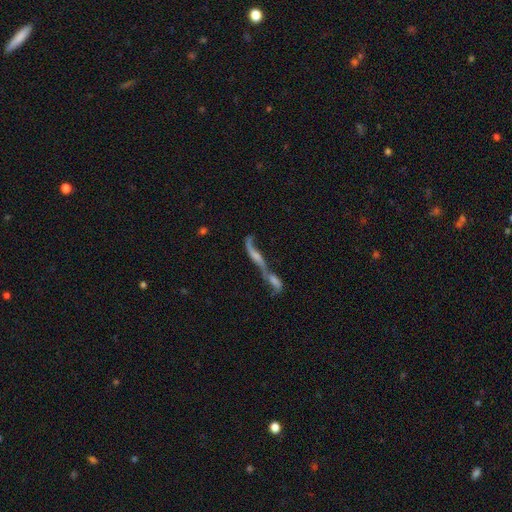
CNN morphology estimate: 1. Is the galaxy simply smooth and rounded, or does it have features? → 65% featured or disk, 22% smooth, 13% star or artifact.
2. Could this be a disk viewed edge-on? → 64% no, 36% yes.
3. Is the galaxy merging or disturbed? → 71% merger, 14% none, 9% major disturbance, 6% minor disturbance.